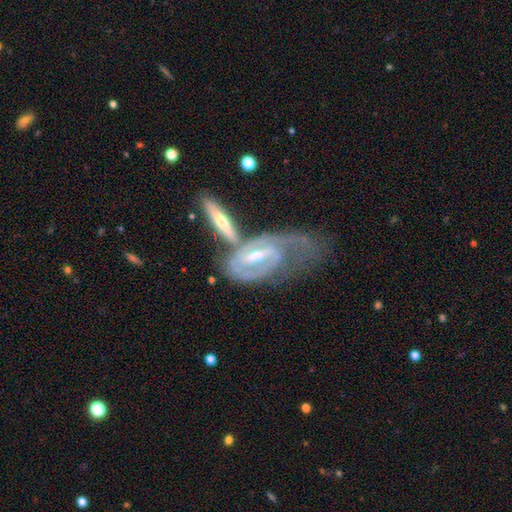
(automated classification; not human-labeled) Smooth or featured: featured or disk — 87% (smooth — 8%)
Edge-on disk: no — 88% (yes — 12%)
Bar: strong — 45% (weak — 43%)
Spiral arms: yes — 94% (no — 6%)
Spiral winding: tight — 45% (medium — 39%)
Spiral arm count: 2 — 64% (can't tell — 18%)
Bulge size: moderate — 48% (small — 47%)
Merging: merger — 31% (tied with none — 31%)